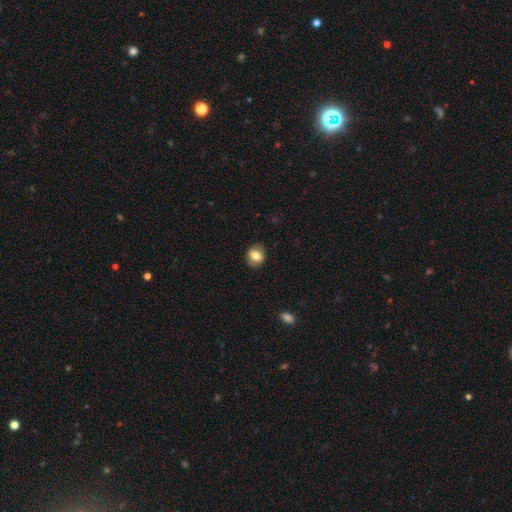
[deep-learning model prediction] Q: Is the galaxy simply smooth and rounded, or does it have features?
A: smooth — 79%.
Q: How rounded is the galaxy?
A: round — 65%.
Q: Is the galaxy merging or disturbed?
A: none — 87%.